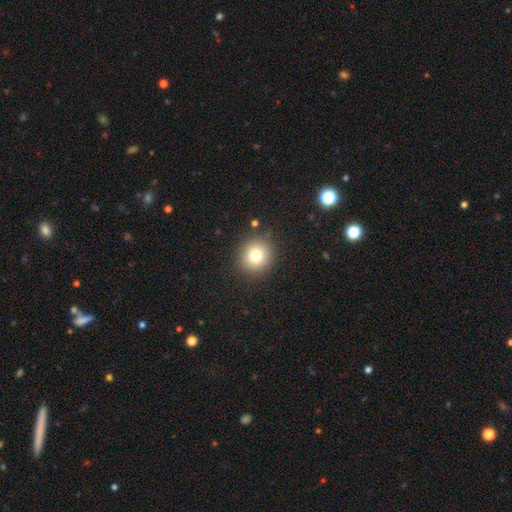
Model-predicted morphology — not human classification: This is likely a smooth galaxy (78%). How rounded: clearly round (91%). Merging: clearly none (89%).